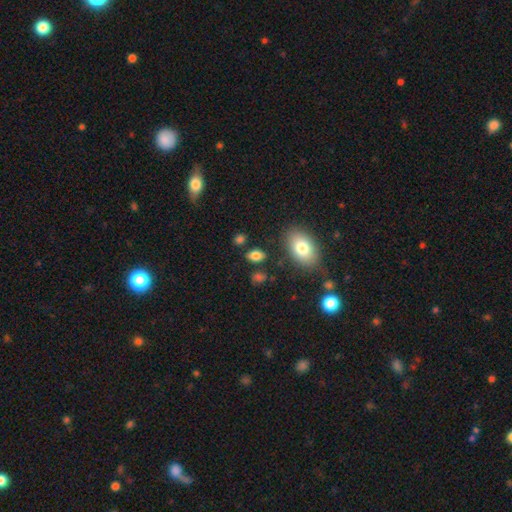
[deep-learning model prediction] Q: Smooth or featured?
A: smooth (82%); runner-up: star or artifact (10%)
Q: How rounded?
A: in between (86%); runner-up: round (12%)
Q: Merging?
A: none (81%); runner-up: minor disturbance (11%)